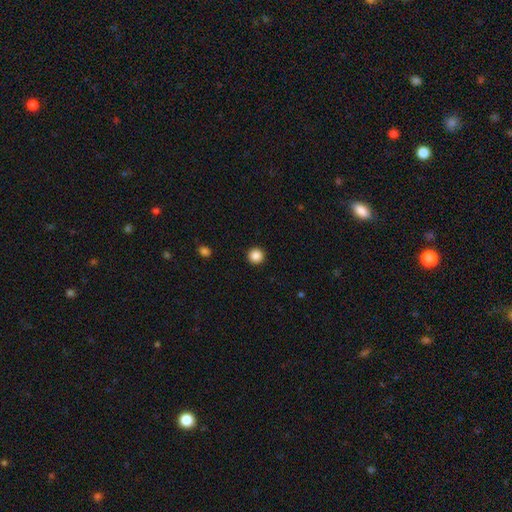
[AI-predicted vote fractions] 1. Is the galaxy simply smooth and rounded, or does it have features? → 87% smooth, 10% star or artifact, 3% featured or disk.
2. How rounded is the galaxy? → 96% round, 3% in between, 1% cigar-shaped.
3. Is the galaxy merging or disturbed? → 93% none, 4% minor disturbance, 2% major disturbance, 1% merger.